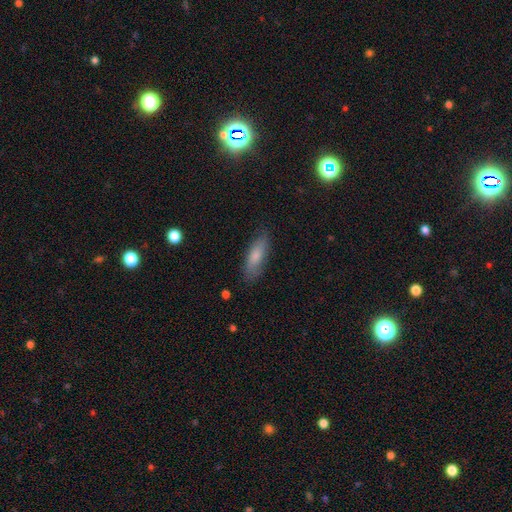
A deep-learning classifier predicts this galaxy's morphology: A smooth galaxy with no disk features (76%) that is in between round and cigar-shaped (58%).

Vote fractions:
- Smooth or featured? smooth: 76% / featured or disk: 18% / star or artifact: 7%
- How rounded? in between: 58% / cigar-shaped: 40% / round: 2%
- Merging? none: 81% / minor disturbance: 15% / major disturbance: 3% / merger: 1%